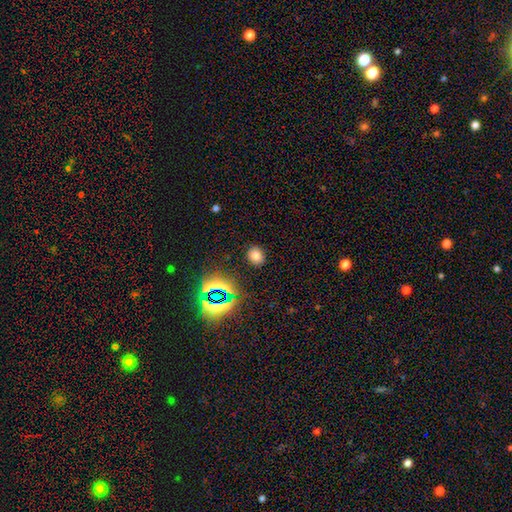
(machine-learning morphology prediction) The model was most divided on "how rounded": round: 52%, in between: 47%, cigar-shaped: 1%. More confident: merging — none (87%); smooth or featured — smooth (74%).